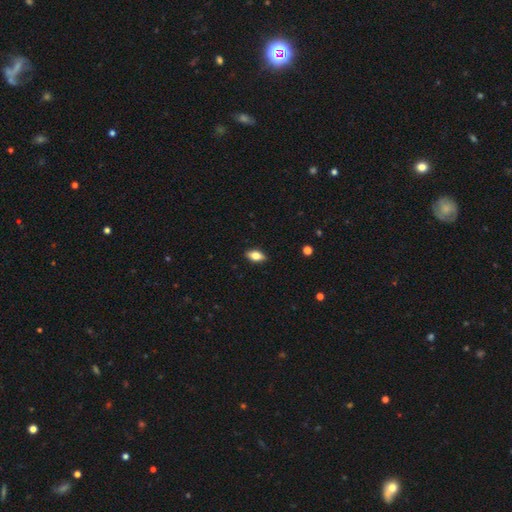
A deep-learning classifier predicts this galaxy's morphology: Smooth or featured?
  - smooth: 71% *
  - featured or disk: 22%
  - star or artifact: 8%
How rounded?
  - in between: 86% *
  - cigar-shaped: 9%
  - round: 5%
Merging?
  - none: 88% *
  - minor disturbance: 9%
  - major disturbance: 2%
  - merger: 1%